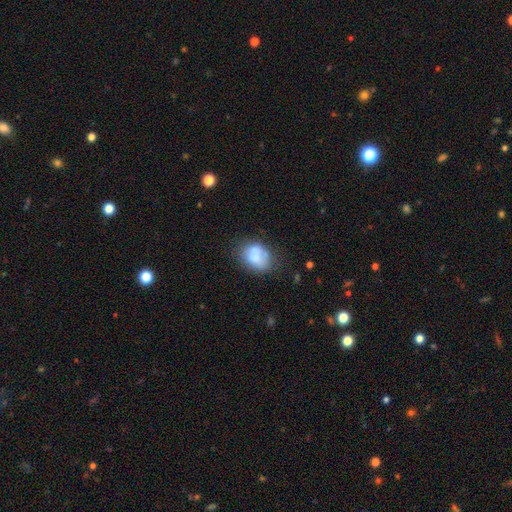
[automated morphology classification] smooth_or_featured: smooth (p=0.70) [alt: featured or disk p=0.21]
how_rounded: in between (p=0.62) [alt: round p=0.37]
merging: none (p=0.50) [alt: minor disturbance p=0.26]